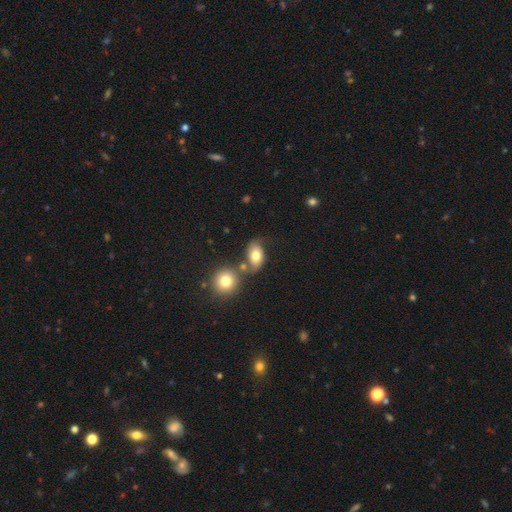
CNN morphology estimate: Smooth or featured?
  - smooth: 68% *
  - featured or disk: 22%
  - star or artifact: 10%
How rounded?
  - in between: 77% *
  - round: 21%
  - cigar-shaped: 2%
Merging?
  - none: 49% *
  - merger: 23%
  - minor disturbance: 19%
  - major disturbance: 10%